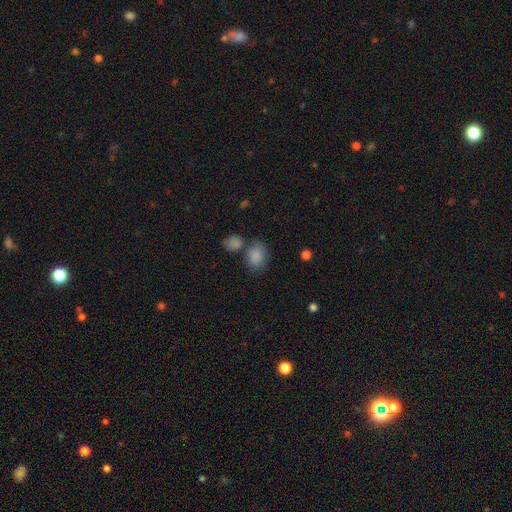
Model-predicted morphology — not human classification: Smooth or featured: smooth — 85% (star or artifact — 8%)
How rounded: in between — 68% (round — 30%)
Merging: none — 57% (merger — 22%)